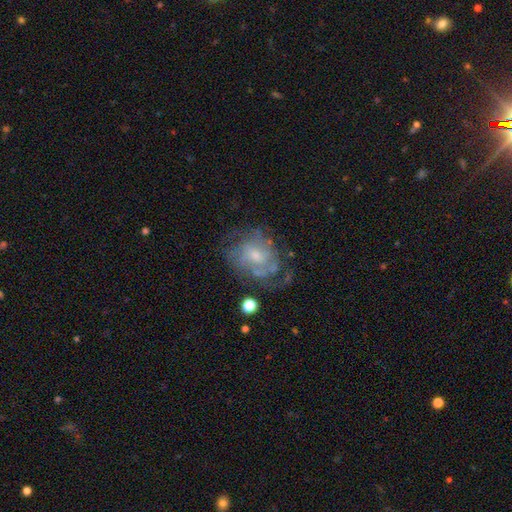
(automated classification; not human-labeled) Q: Smooth or featured?
A: featured or disk (71%); runner-up: smooth (20%)
Q: Edge-on disk?
A: no (97%); runner-up: yes (3%)
Q: Bar?
A: no (64%); runner-up: weak (32%)
Q: Spiral arms?
A: yes (72%); runner-up: no (28%)
Q: Bulge size?
A: small (57%); runner-up: moderate (35%)
Q: Merging?
A: none (51%); runner-up: minor disturbance (24%)